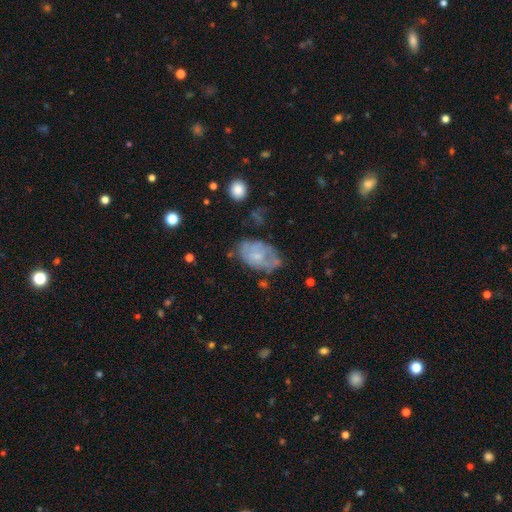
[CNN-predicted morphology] Smooth or featured? Predicted: featured or disk (p=0.50). Merging? Predicted: none (p=0.50).